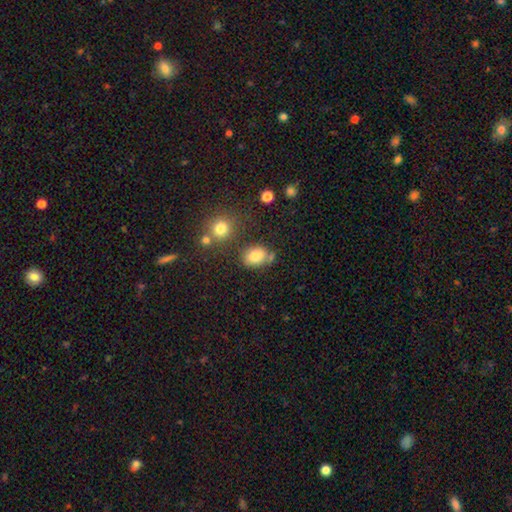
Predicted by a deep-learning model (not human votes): This is clearly a smooth galaxy (81%). How rounded: likely in between (69%). Merging: likely none (62%).